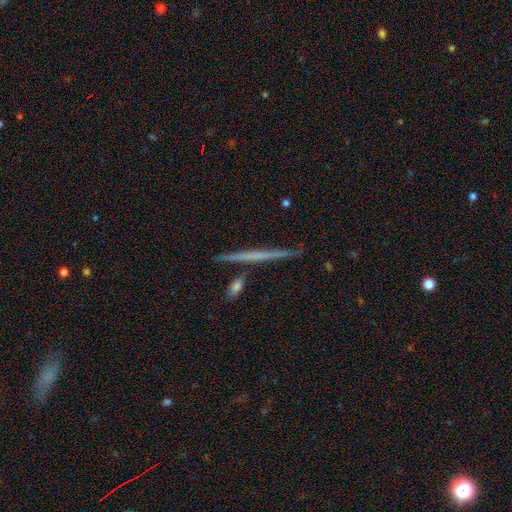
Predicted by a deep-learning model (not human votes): This appears to be a featured or disk galaxy (57%) viewed edge-on (98%) with no central bulge (88%). Merging: none (89%).